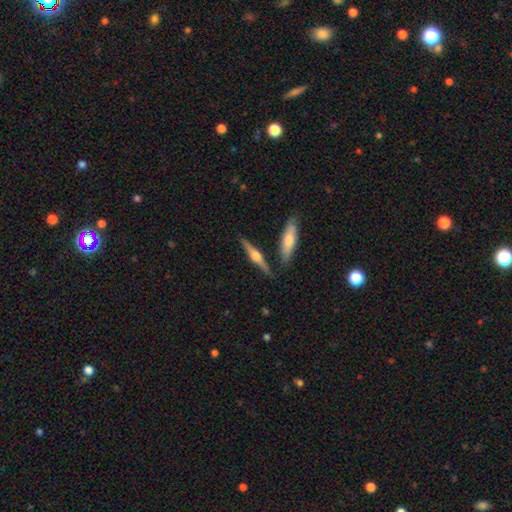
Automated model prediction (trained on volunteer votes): Smooth or featured?
  - featured or disk: 71% *
  - smooth: 24%
  - star or artifact: 6%
Edge-on disk?
  - yes: 97% *
  - no: 3%
Edge-on bulge?
  - rounded: 94% *
  - boxy: 4%
  - none: 2%
Merging?
  - none: 82% *
  - minor disturbance: 9%
  - merger: 7%
  - major disturbance: 2%